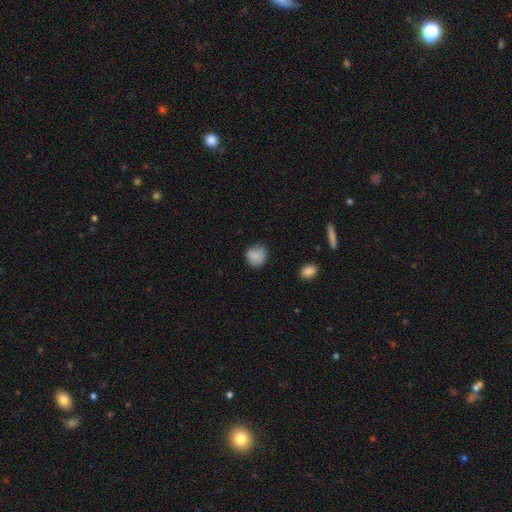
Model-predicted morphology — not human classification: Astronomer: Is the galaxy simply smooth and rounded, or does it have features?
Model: smooth — 83%.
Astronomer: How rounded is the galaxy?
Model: round — 81%.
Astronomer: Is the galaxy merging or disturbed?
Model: none — 76%.